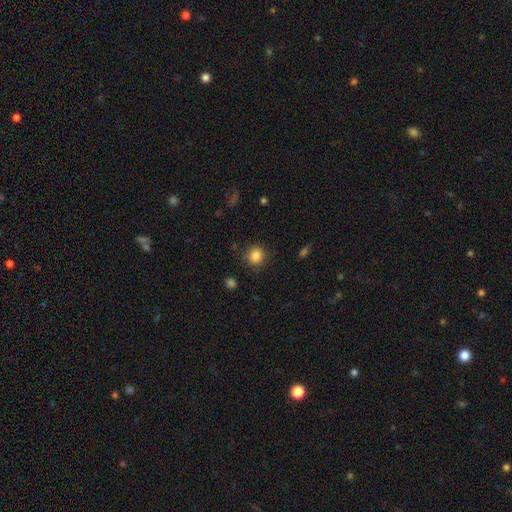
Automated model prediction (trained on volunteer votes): The model was most divided on "smooth or featured": smooth: 85%, star or artifact: 11%, featured or disk: 4%. More confident: how rounded — round (87%); merging — none (86%).